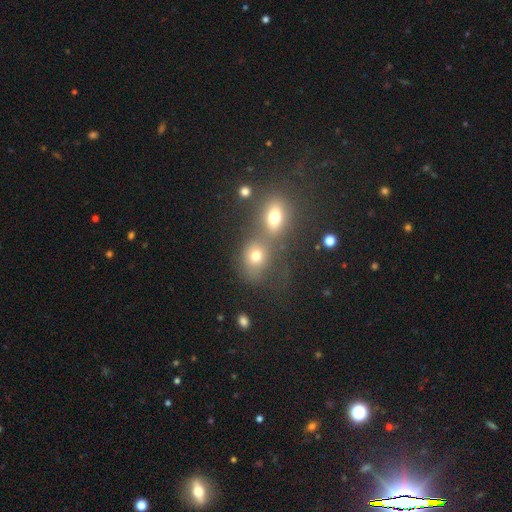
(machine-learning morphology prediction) A smooth galaxy with no disk features (70%) that is round (57%). Merging: merger (50%).